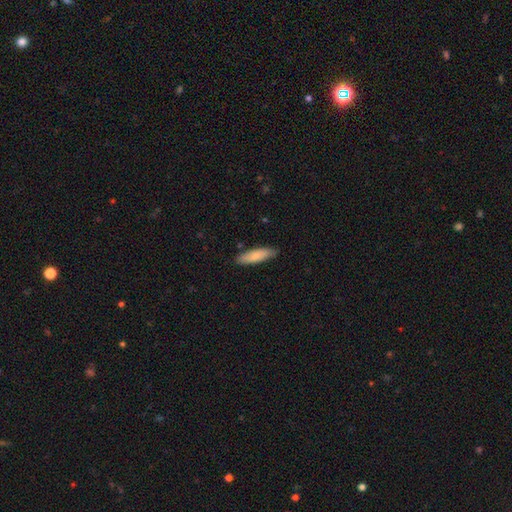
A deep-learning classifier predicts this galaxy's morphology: smooth-or-featured: smooth: 82% | featured or disk: 13% | star or artifact: 5%
  how-rounded: cigar-shaped: 62% | in between: 37% | round: 1%
  merging: none: 85% | minor disturbance: 11% | major disturbance: 2% | merger: 1%